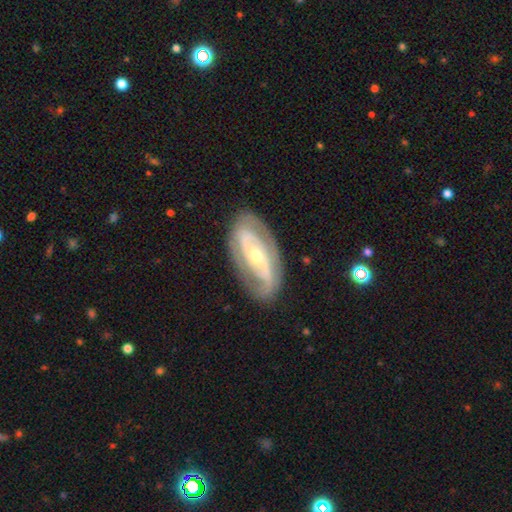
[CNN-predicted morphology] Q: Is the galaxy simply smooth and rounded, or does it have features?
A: featured or disk — 84%.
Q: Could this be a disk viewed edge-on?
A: no — 93%.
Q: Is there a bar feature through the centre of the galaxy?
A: no — 41%.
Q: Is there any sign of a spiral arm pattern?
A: yes — 86%.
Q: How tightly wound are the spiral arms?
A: tight — 46%.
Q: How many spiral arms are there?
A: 2 — 75%.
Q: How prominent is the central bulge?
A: small — 54%.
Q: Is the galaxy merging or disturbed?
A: none — 80%.